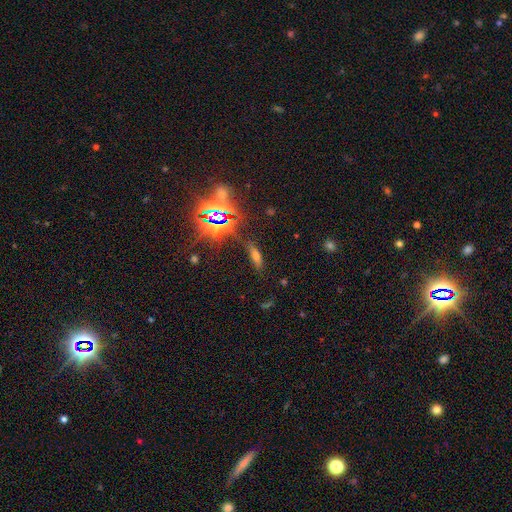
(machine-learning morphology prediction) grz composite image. It shows a smooth galaxy with no disk features (45%). Merging: none (77%).